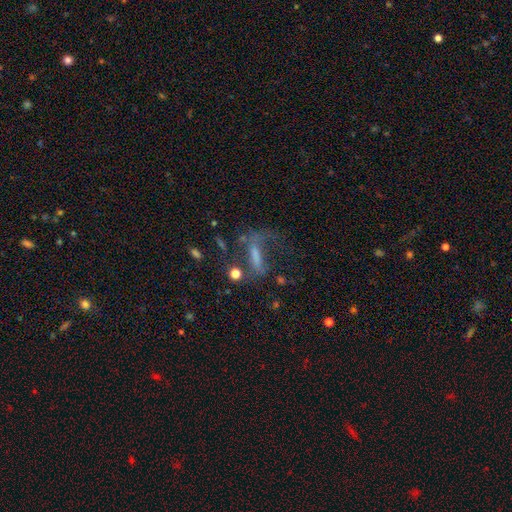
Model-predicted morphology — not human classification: Smooth or featured? Predicted: featured or disk (p=0.49). Merging? Predicted: major disturbance (p=0.42).